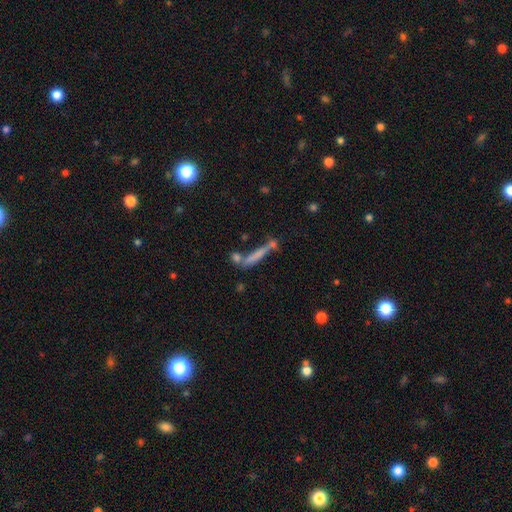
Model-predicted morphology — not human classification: This appears to be a smooth galaxy with no disk features (59%) that is cigar-shaped (91%). Merging: none (56%).